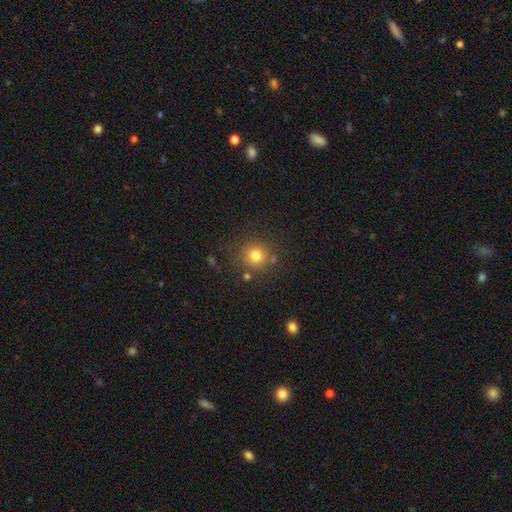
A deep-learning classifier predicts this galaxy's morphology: A smooth galaxy with no disk features (78%) that is round (92%). Merging: none (80%).